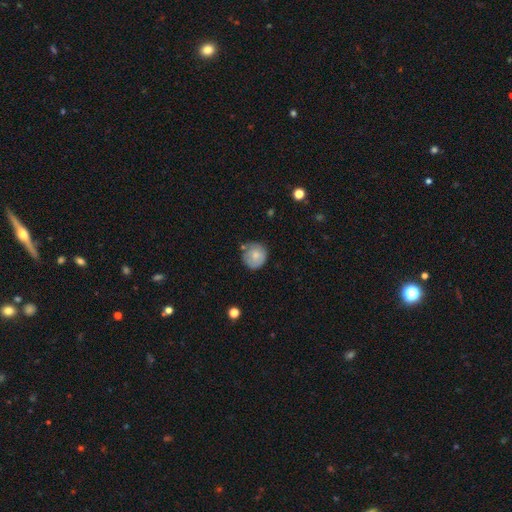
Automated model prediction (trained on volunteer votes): A smooth galaxy with no disk features (75%) that is round (91%). Merging: none (67%).